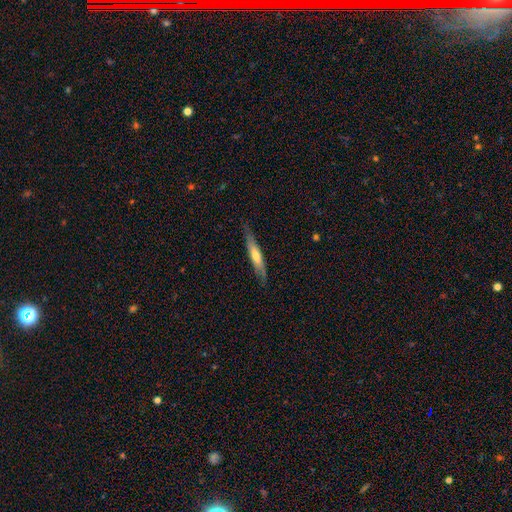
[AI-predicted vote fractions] smooth_or_featured: smooth (p=0.47) [tied with: featured or disk p=0.47]
merging: none (p=0.80) [alt: minor disturbance p=0.16]